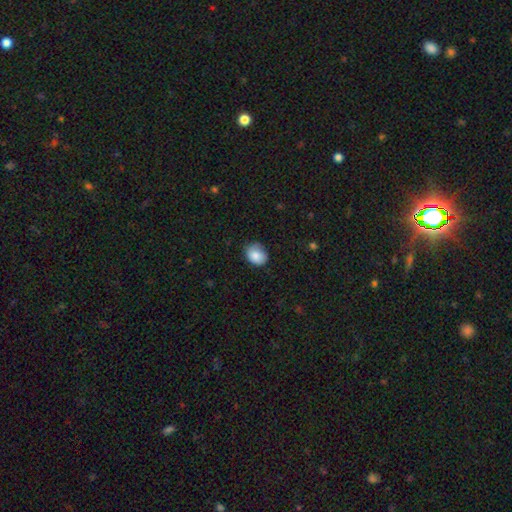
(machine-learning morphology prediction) Smooth or featured? smooth (85%)
How rounded? in between (55%)
Merging? none (70%)